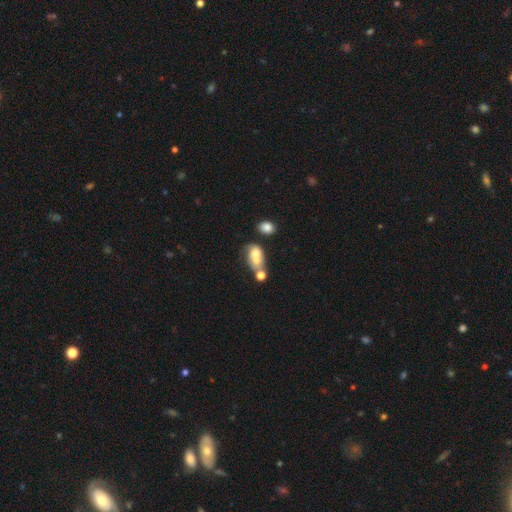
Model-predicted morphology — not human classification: A smooth galaxy with no disk features (60%) that is in between round and cigar-shaped (69%).

Vote fractions:
- Smooth or featured? smooth: 60% / featured or disk: 29% / star or artifact: 11%
- How rounded? in between: 69% / round: 29% / cigar-shaped: 2%
- Merging? merger: 58% / none: 21% / minor disturbance: 11% / major disturbance: 9%